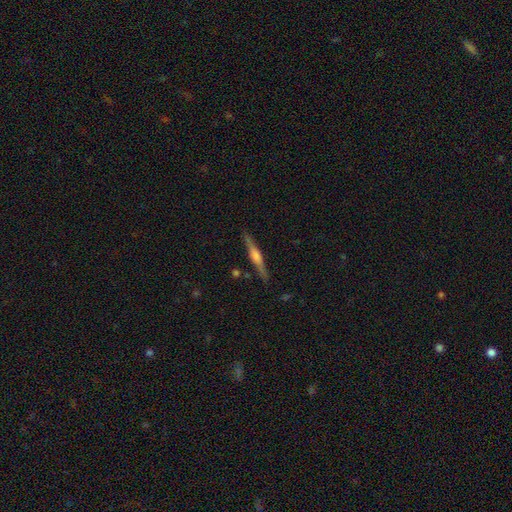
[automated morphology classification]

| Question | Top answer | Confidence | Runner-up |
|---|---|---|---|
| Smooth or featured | featured or disk | 76% | smooth (18%) |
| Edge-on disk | yes | 98% | no (2%) |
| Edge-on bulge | rounded | 74% | boxy (19%) |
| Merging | none | 90% | minor disturbance (7%) |